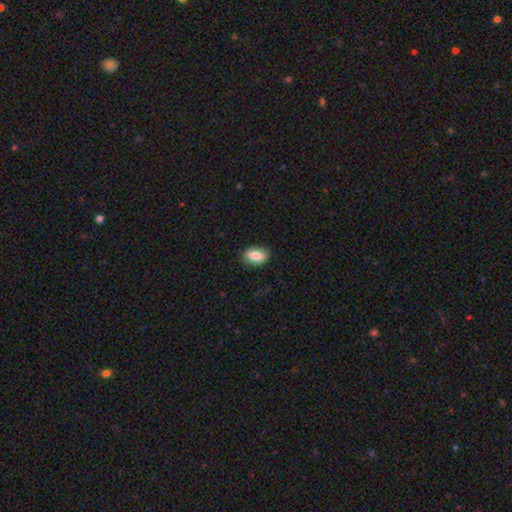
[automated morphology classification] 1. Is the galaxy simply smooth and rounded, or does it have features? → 75% smooth, 18% featured or disk, 7% star or artifact.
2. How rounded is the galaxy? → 85% in between, 12% round, 3% cigar-shaped.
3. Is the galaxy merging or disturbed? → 82% none, 14% minor disturbance, 3% major disturbance, 1% merger.